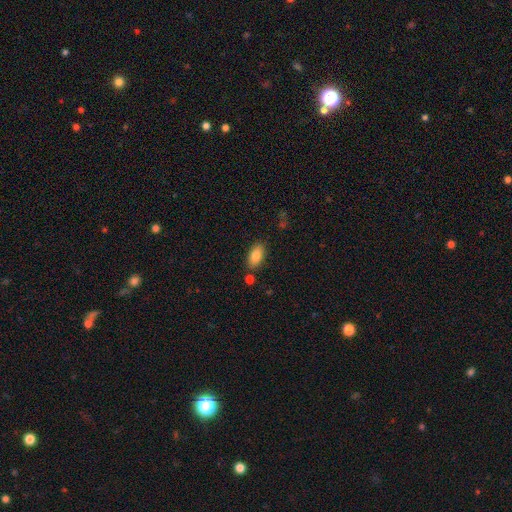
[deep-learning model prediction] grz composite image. It shows a smooth galaxy with no disk features (84%) that is in between round and cigar-shaped (92%). Merging: none (81%).